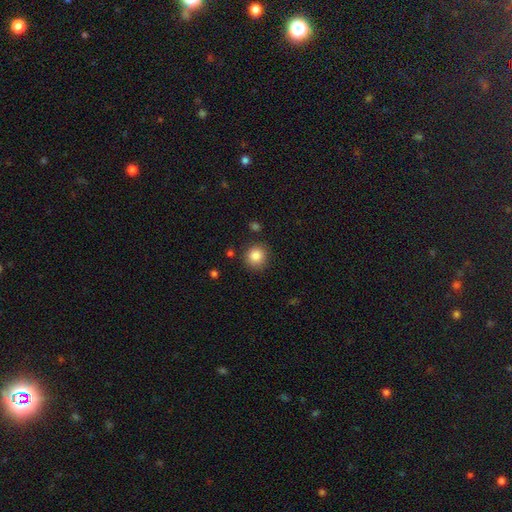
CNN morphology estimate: smooth 85%, star or artifact 10%, featured or disk 5%. Down the decision tree: how rounded — round (89%); merging — none (86%).